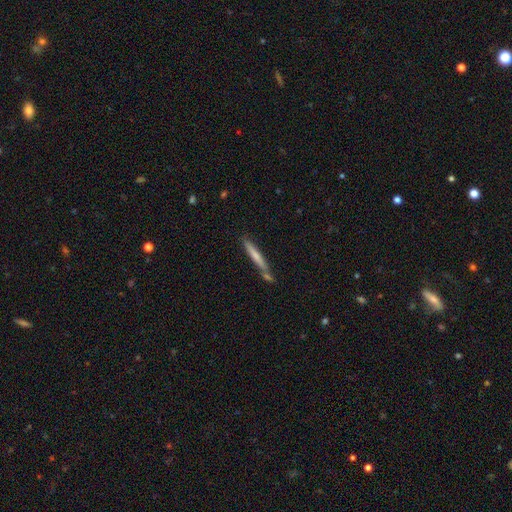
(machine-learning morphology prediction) Smooth or featured?
  - smooth: 61% *
  - featured or disk: 33%
  - star or artifact: 6%
How rounded?
  - cigar-shaped: 95% *
  - in between: 4%
  - round: 1%
Merging?
  - none: 68% *
  - merger: 15%
  - minor disturbance: 14%
  - major disturbance: 3%